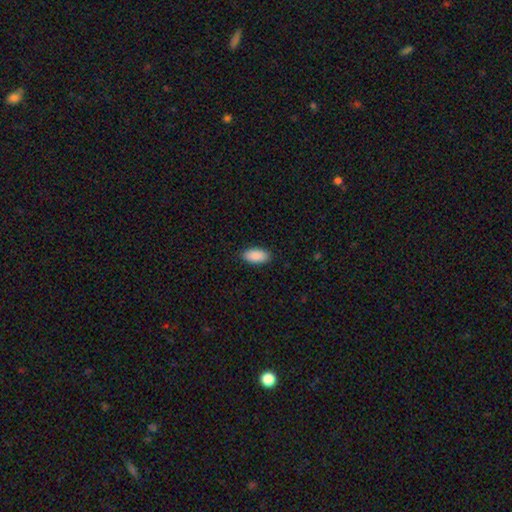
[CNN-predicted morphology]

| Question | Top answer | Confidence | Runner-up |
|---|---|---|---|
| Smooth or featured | smooth | 91% | star or artifact (6%) |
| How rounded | in between | 94% | cigar-shaped (4%) |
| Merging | none | 89% | minor disturbance (8%) |